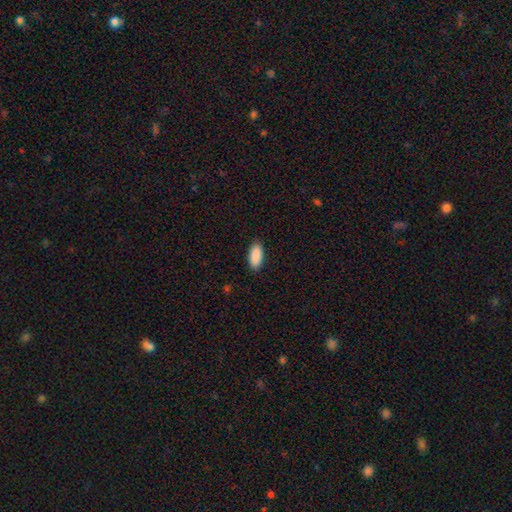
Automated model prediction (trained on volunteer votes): Smooth or featured? Predicted: smooth (p=0.91). How rounded? Predicted: in between (p=0.85). Merging? Predicted: none (p=0.90).